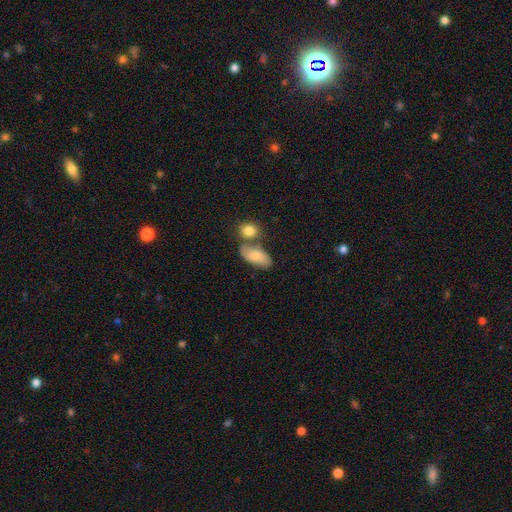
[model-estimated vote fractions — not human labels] Q: Smooth or featured?
A: smooth (74%); runner-up: featured or disk (19%)
Q: How rounded?
A: in between (89%); runner-up: round (6%)
Q: Merging?
A: none (47%); runner-up: merger (33%)